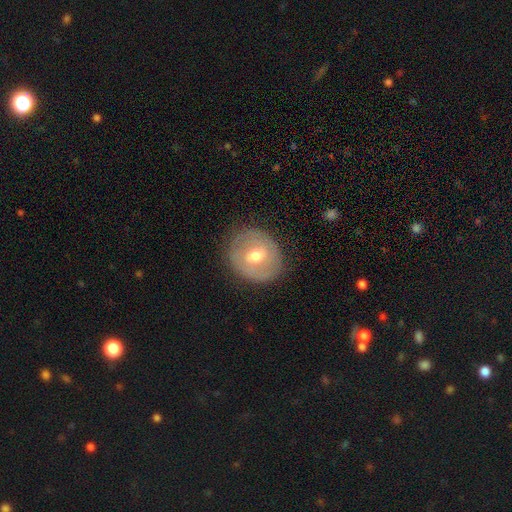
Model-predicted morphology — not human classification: A featured or disk galaxy (54%) with a weak bar (45%), no spiral arms (51%) and a moderate central bulge (76%). Merging: none (82%).